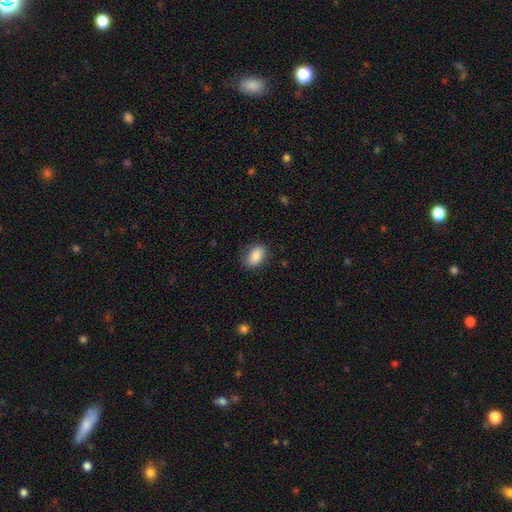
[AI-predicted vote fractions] This is clearly a smooth galaxy (86%). How rounded: clearly in between (88%). Merging: clearly none (81%).